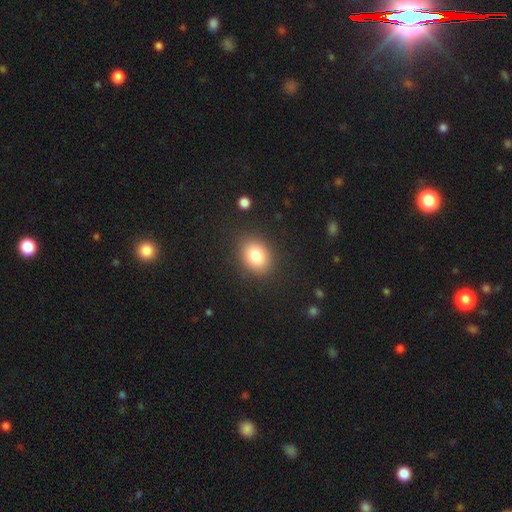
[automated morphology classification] smooth 82%, star or artifact 10%, featured or disk 8%. Down the decision tree: how rounded — in between (53%); merging — none (86%).